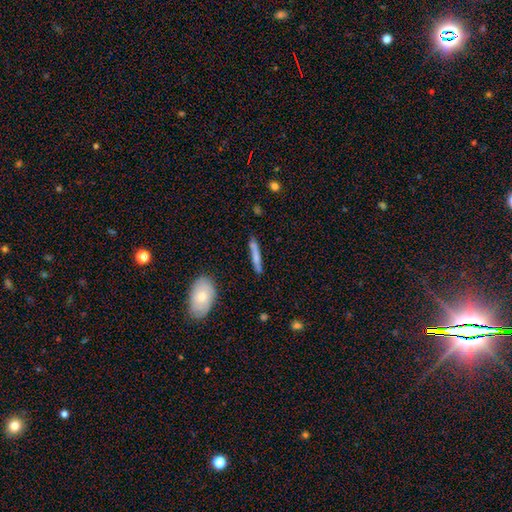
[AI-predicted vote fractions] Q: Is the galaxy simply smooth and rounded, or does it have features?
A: smooth — 68%.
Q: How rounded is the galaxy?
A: cigar-shaped — 92%.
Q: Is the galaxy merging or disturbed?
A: none — 81%.